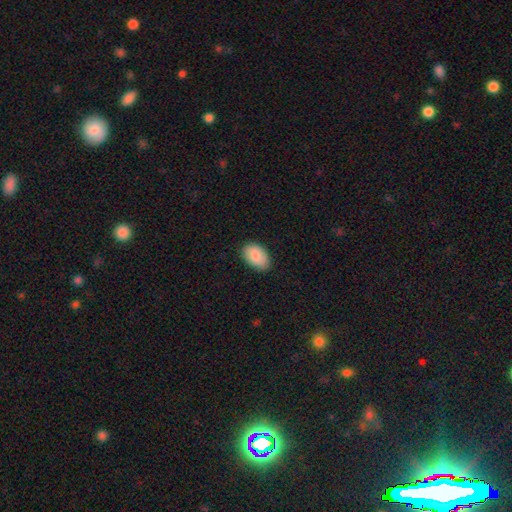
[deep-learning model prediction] Overall: smooth (87%). How rounded: in between (91%). Merging: none (82%).